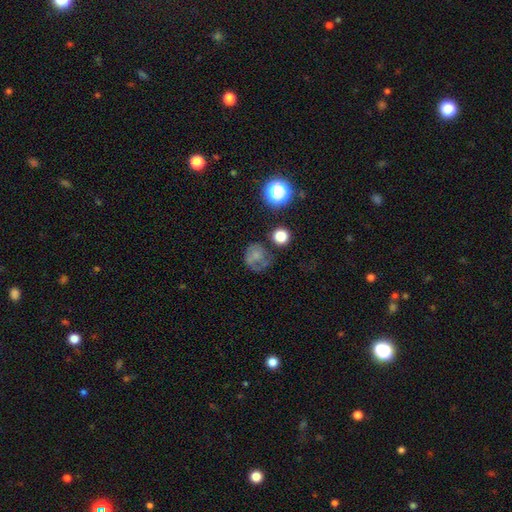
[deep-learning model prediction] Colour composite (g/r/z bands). It shows a smooth galaxy with no disk features (58%) that is round (75%). Merging: none (42%).